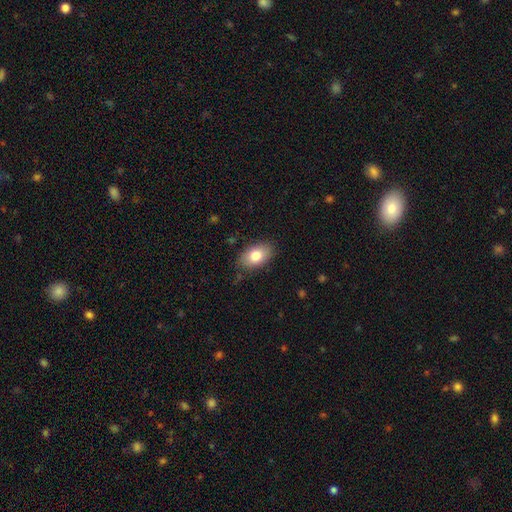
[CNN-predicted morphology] The model was most divided on "merging": none: 81%, minor disturbance: 14%, major disturbance: 3%, merger: 1%. More confident: how rounded — in between (89%); smooth or featured — smooth (81%).